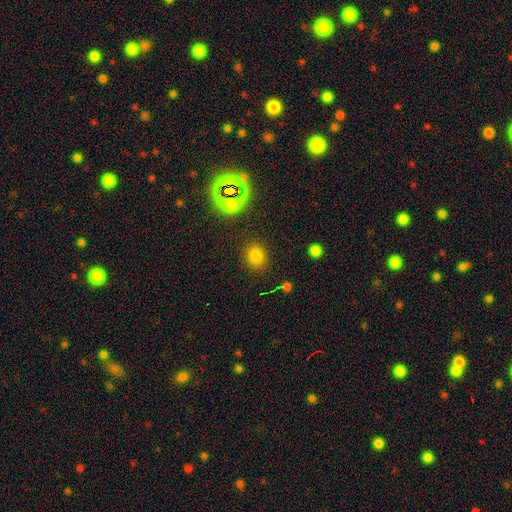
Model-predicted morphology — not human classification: type=smooth (75%); roundness=round (71%); merging=none (85%).